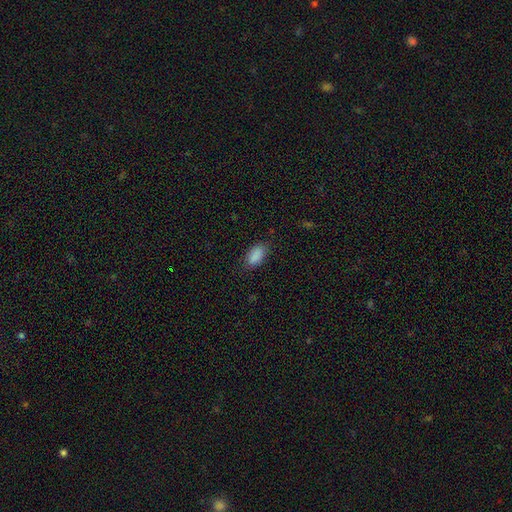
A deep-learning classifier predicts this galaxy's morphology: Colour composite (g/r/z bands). It shows a smooth galaxy with no disk features (89%) that is in between round and cigar-shaped (92%). Merging: none (81%).